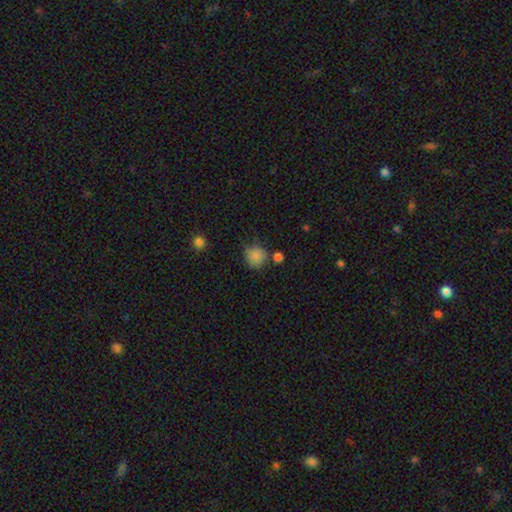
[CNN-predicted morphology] Smooth or featured? smooth (85%)
How rounded? round (86%)
Merging? none (67%)